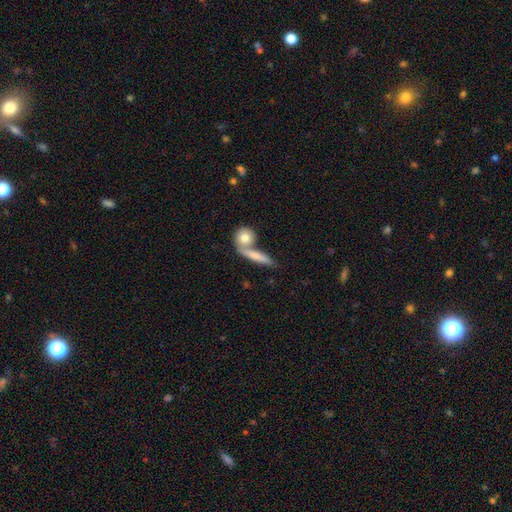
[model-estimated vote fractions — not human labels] This is likely a smooth galaxy (68%). How rounded: likely cigar-shaped (61%). Merging: possibly none (52%).